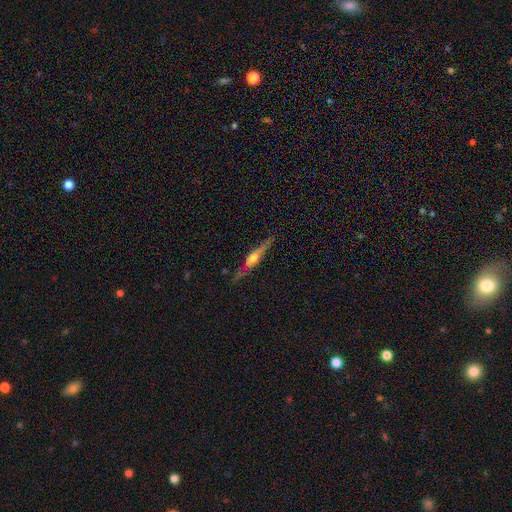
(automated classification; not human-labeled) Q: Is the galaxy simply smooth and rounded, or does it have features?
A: featured or disk — 77%.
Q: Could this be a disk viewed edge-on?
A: yes — 97%.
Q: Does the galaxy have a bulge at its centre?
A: rounded — 89%.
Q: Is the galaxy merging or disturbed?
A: none — 84%.